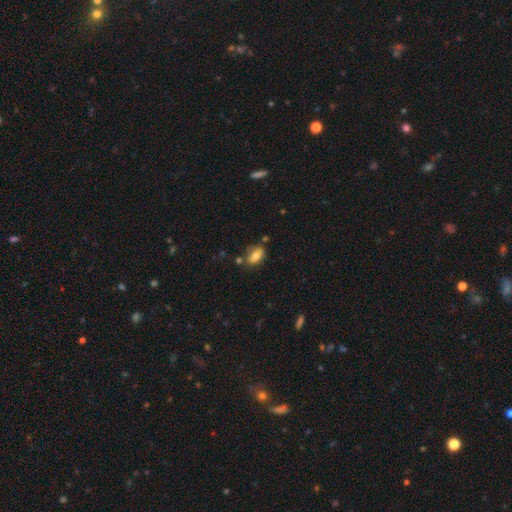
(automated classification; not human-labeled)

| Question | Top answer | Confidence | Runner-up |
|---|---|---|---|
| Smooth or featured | smooth | 75% | featured or disk (16%) |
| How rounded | in between | 86% | round (9%) |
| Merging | none | 68% | minor disturbance (18%) |